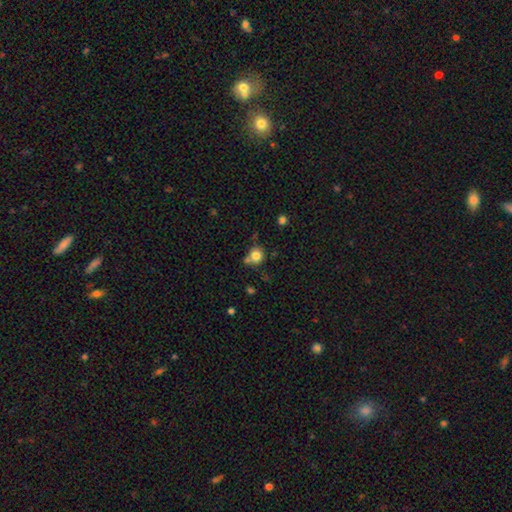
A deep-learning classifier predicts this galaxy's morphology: This is clearly a smooth galaxy (81%). How rounded: clearly round (88%). Merging: likely none (62%).